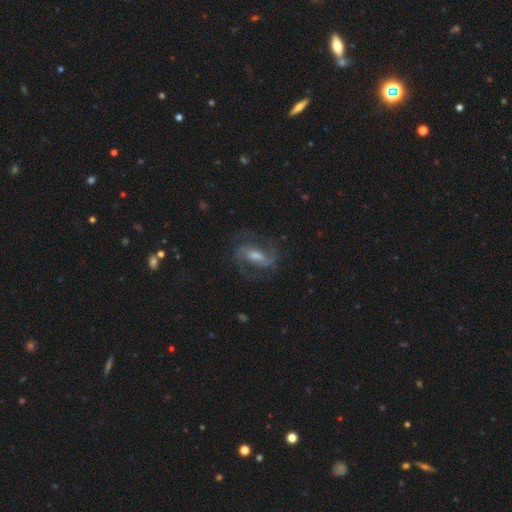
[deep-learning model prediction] This appears to be a featured or disk galaxy (83%) with a weak bar (47%), 2 (83%) medium (56%) spiral arms (95%) and a moderate central bulge (49%). Merging: none (73%).